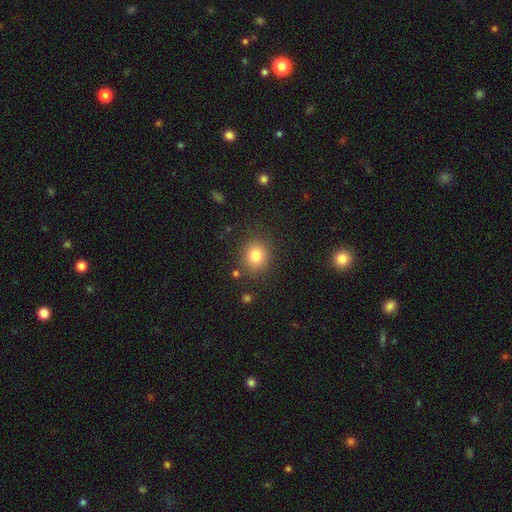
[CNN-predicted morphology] This appears to be a smooth galaxy with no disk features (80%) that is round (82%). Merging: none (85%).